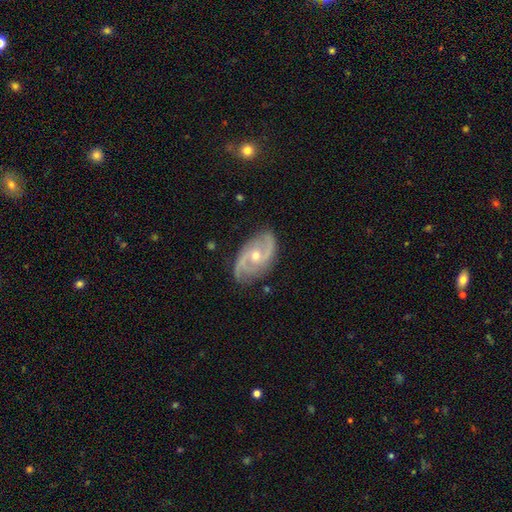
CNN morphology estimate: Smooth or featured?
  - featured or disk: 87% *
  - smooth: 7%
  - star or artifact: 6%
Edge-on disk?
  - no: 96% *
  - yes: 4%
Bar?
  - no: 55% *
  - weak: 36%
  - strong: 10%
Spiral arms?
  - yes: 96% *
  - no: 4%
Spiral winding?
  - medium: 49% *
  - tight: 27%
  - loose: 25%
Spiral arm count?
  - 2: 76% *
  - 3: 10%
  - can't tell: 7%
  - 4: 2%
  - 1: 2%
  - more than 4: 2%
Bulge size?
  - moderate: 56% *
  - small: 41%
  - large: 1%
  - none: 1%
  - dominant: 1%
Merging?
  - none: 78% *
  - minor disturbance: 17%
  - major disturbance: 4%
  - merger: 1%